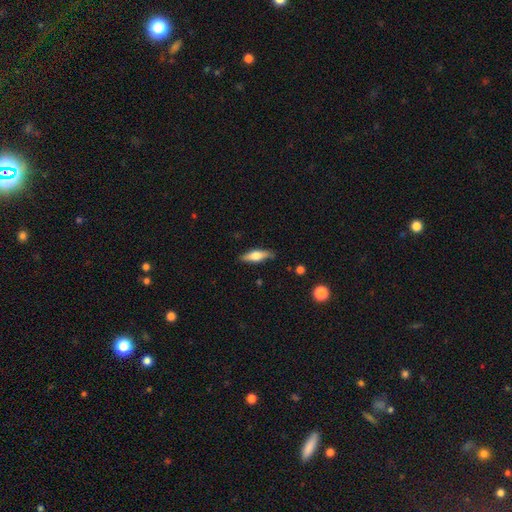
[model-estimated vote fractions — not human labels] Smooth or featured?
  - smooth: 54% *
  - featured or disk: 40%
  - star or artifact: 6%
How rounded?
  - cigar-shaped: 56% *
  - in between: 42%
  - round: 2%
Merging?
  - none: 83% *
  - minor disturbance: 13%
  - major disturbance: 2%
  - merger: 1%